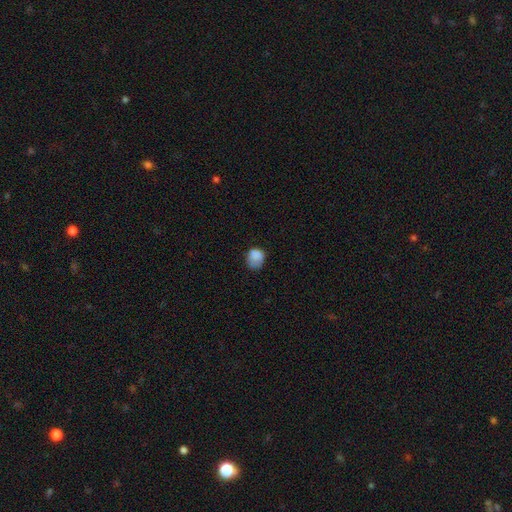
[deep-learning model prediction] smooth 81%, star or artifact 10%, featured or disk 9%. Down the decision tree: how rounded — round (59%); merging — none (49%).